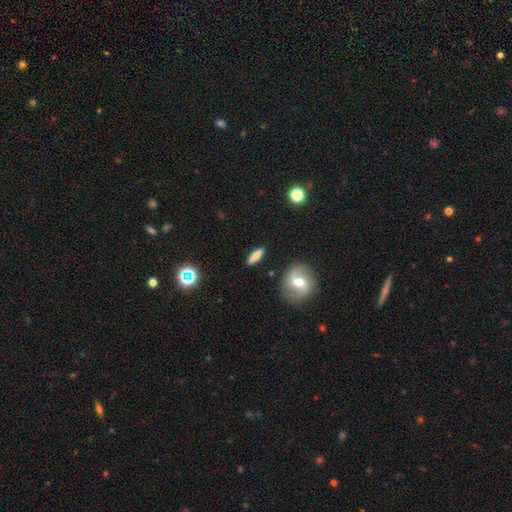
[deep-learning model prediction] The model was most divided on "smooth or featured": smooth: 62%, featured or disk: 29%, star or artifact: 8%. More confident: merging — none (86%); how rounded — cigar-shaped (65%).